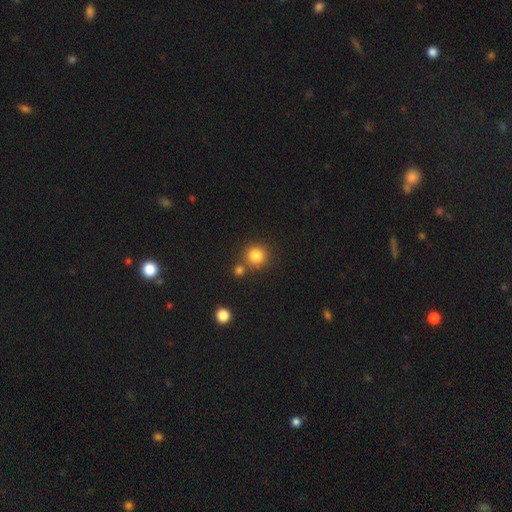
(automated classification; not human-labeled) Smooth or featured: smooth — 83% (star or artifact — 11%)
How rounded: round — 91% (in between — 8%)
Merging: none — 72% (merger — 16%)